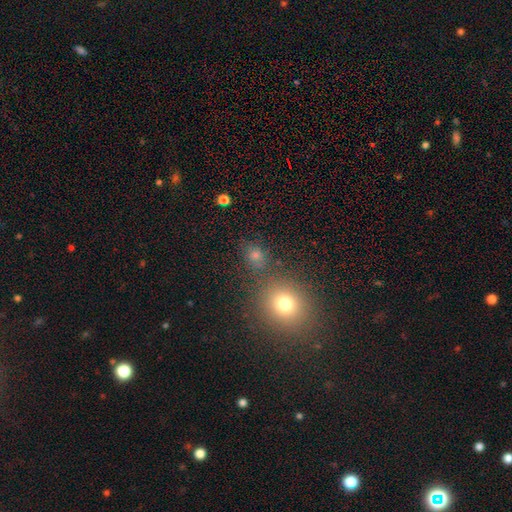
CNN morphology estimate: Smooth or featured?
  - smooth: 62% *
  - star or artifact: 28%
  - featured or disk: 10%
How rounded?
  - round: 70% *
  - in between: 28%
  - cigar-shaped: 2%
Merging?
  - none: 71% *
  - merger: 15%
  - minor disturbance: 10%
  - major disturbance: 4%